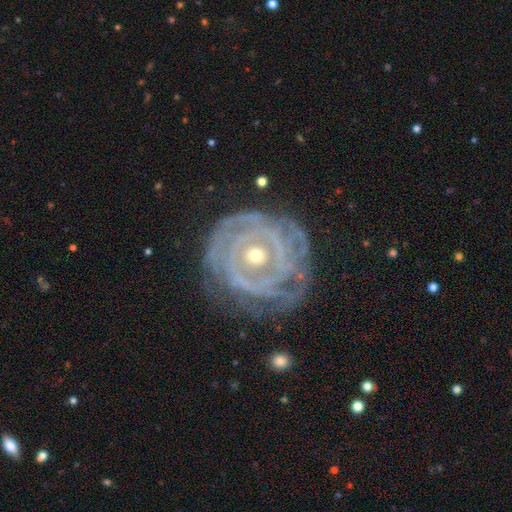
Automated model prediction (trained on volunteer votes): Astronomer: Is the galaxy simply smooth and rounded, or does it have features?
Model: featured or disk — 86%.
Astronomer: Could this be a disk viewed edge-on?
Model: no — 97%.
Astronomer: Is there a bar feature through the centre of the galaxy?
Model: no — 78%.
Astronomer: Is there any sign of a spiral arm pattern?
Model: yes — 88%.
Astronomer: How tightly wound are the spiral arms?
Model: tight — 81%.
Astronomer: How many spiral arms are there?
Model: can't tell — 40%.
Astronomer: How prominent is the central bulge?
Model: small — 55% (runner-up: moderate, 42%).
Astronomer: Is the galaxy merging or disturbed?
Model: none — 64%.